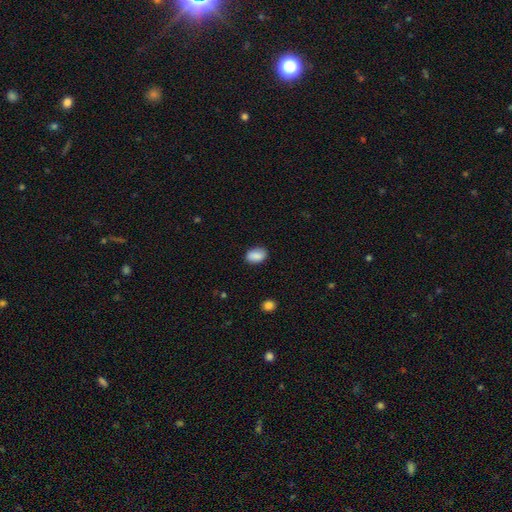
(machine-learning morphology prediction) This appears to be a smooth galaxy with no disk features (88%) that is in between round and cigar-shaped (86%). Merging: none (84%).